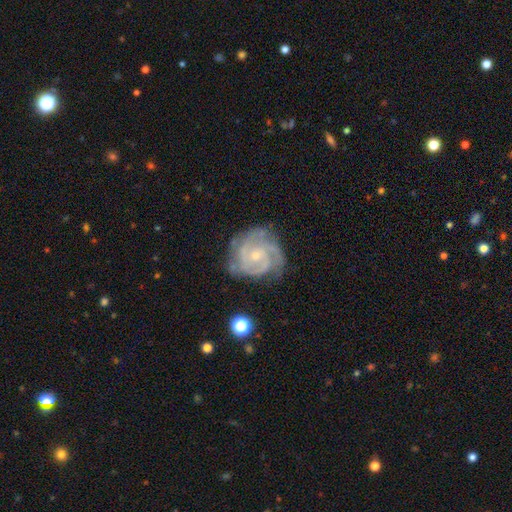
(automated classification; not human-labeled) Q: Smooth or featured?
A: featured or disk (89%); runner-up: smooth (6%)
Q: Edge-on disk?
A: no (98%); runner-up: yes (2%)
Q: Bar?
A: no (68%); runner-up: weak (27%)
Q: Spiral arms?
A: yes (98%); runner-up: no (2%)
Q: Spiral winding?
A: tight (66%); runner-up: medium (30%)
Q: Spiral arm count?
A: 3 (42%); runner-up: 2 (26%)
Q: Bulge size?
A: small (71%); runner-up: moderate (25%)
Q: Merging?
A: none (72%); runner-up: minor disturbance (20%)